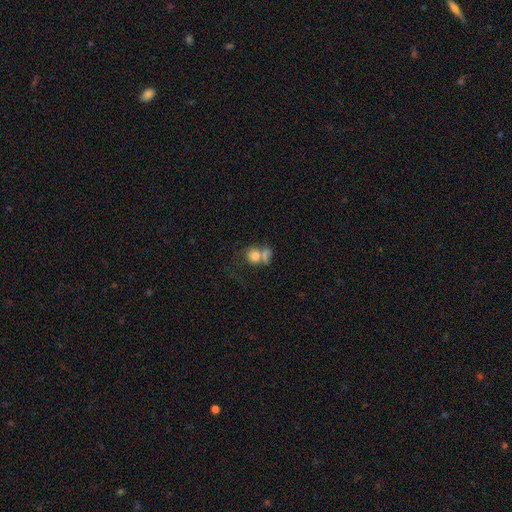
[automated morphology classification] This appears to be a smooth galaxy with no disk features (74%) that is round (72%). Merging: merger (46%).